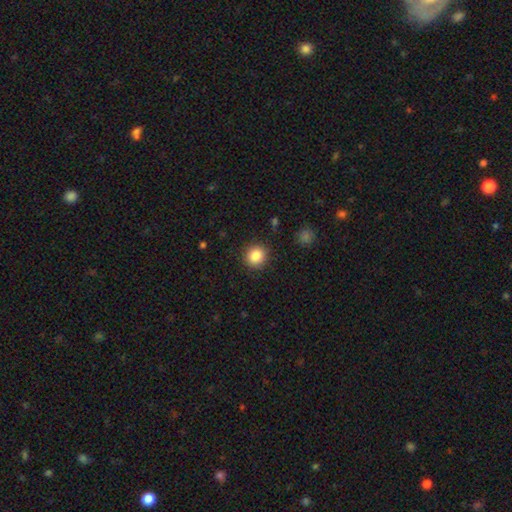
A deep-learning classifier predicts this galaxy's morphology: smooth_or_featured: smooth (p=0.86) [alt: star or artifact p=0.10]
how_rounded: round (p=0.91) [alt: in between p=0.08]
merging: none (p=0.90) [alt: minor disturbance p=0.07]